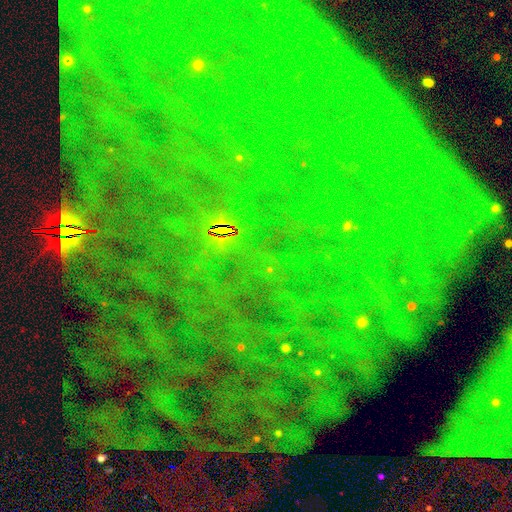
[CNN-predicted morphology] Smooth or featured? Predicted: star or artifact (p=0.83).